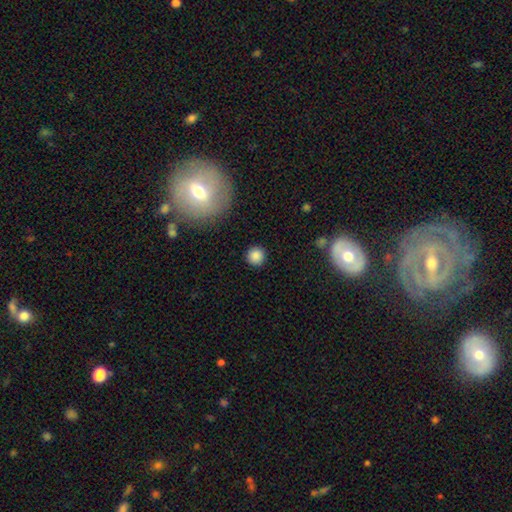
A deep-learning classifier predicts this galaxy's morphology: smooth-or-featured: smooth: 85% | star or artifact: 11% | featured or disk: 4%
  how-rounded: round: 95% | in between: 4% | cigar-shaped: 1%
  merging: none: 90% | minor disturbance: 6% | major disturbance: 2% | merger: 1%